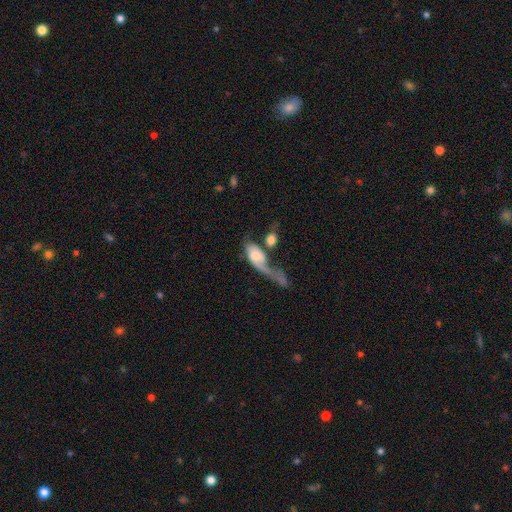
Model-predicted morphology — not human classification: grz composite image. It shows a smooth galaxy with no disk features (48%). Merging: major disturbance (40%).